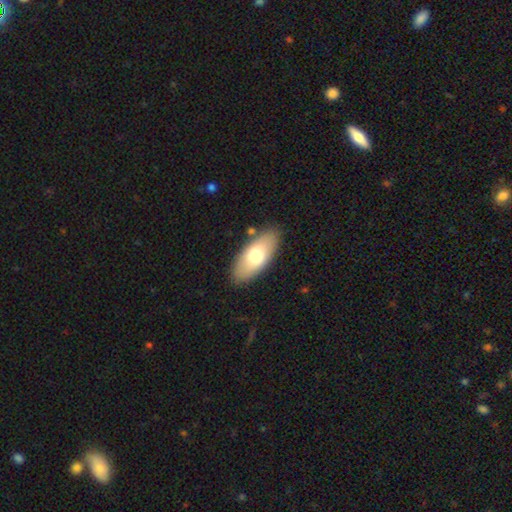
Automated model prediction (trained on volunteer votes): This is likely a smooth galaxy (71%). How rounded: clearly in between (87%). Merging: clearly none (85%).